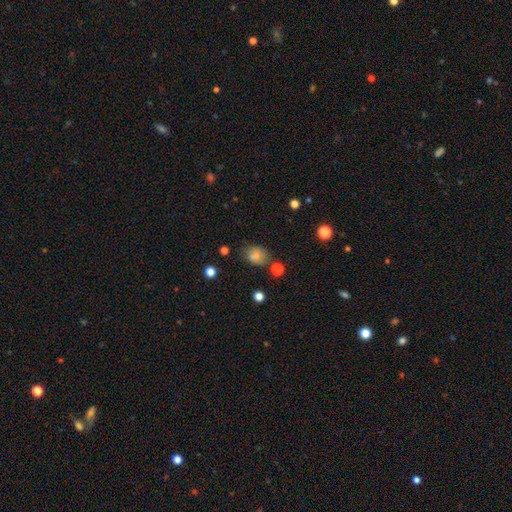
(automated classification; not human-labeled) This is likely a smooth galaxy (78%). How rounded: likely in between (61%). Merging: likely none (67%).